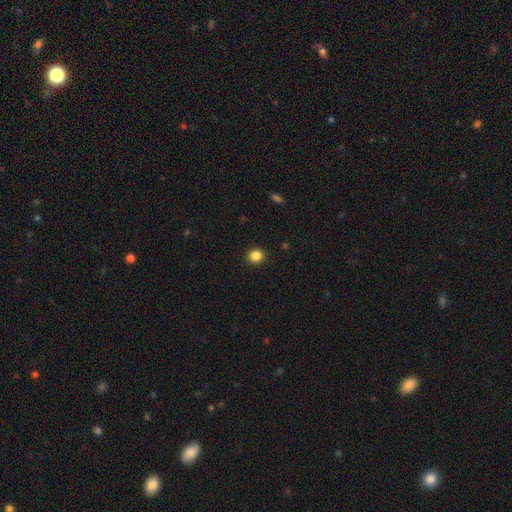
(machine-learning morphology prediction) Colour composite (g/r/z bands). It shows a smooth galaxy with no disk features (86%) that is round (86%). Merging: none (92%).